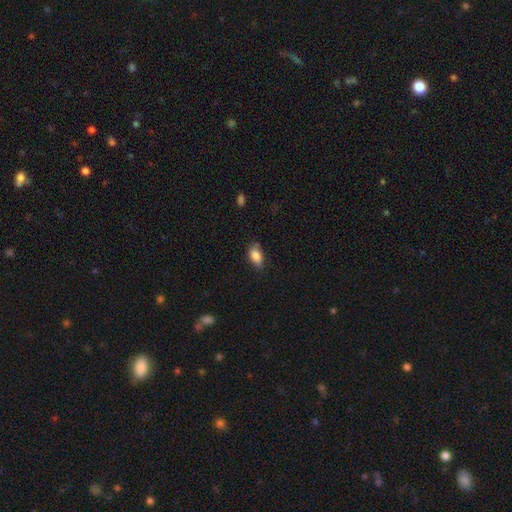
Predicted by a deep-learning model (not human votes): smooth-or-featured: smooth: 86% | star or artifact: 8% | featured or disk: 6%
  how-rounded: in between: 89% | round: 7% | cigar-shaped: 4%
  merging: none: 71% | minor disturbance: 23% | major disturbance: 4% | merger: 3%